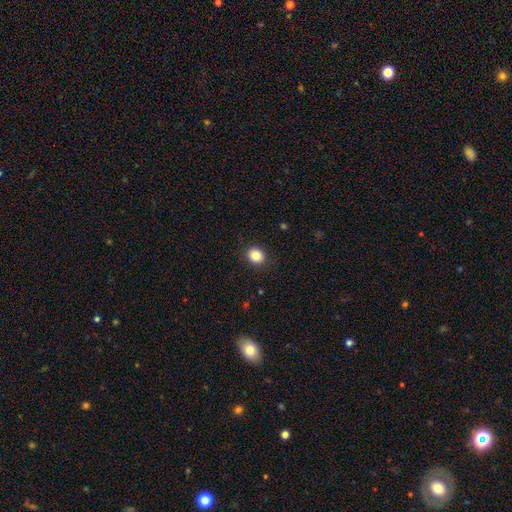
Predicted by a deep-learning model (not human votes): Overall: smooth (85%). How rounded: round (72%). Merging: none (90%).